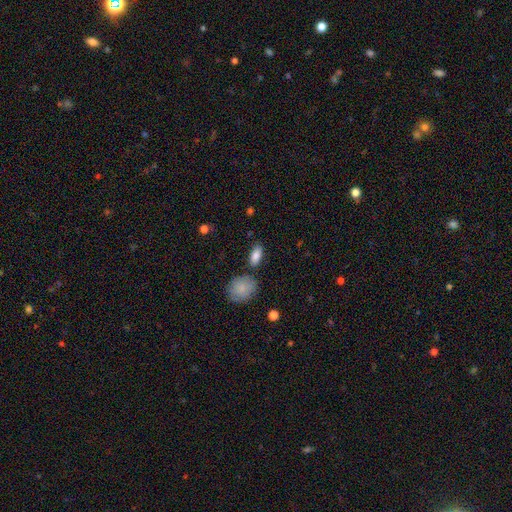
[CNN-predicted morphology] smooth-or-featured: smooth: 86% | featured or disk: 7% | star or artifact: 7%
  how-rounded: in between: 86% | cigar-shaped: 9% | round: 4%
  merging: none: 80% | minor disturbance: 11% | merger: 6% | major disturbance: 3%